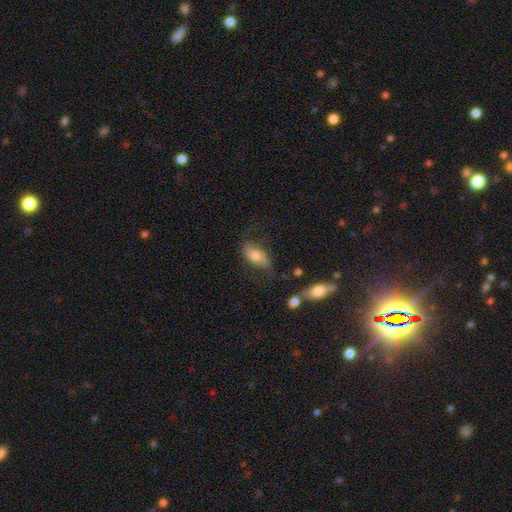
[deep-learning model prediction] smooth 49%, featured or disk 43%, star or artifact 8%. Down the decision tree: merging — none (56%).